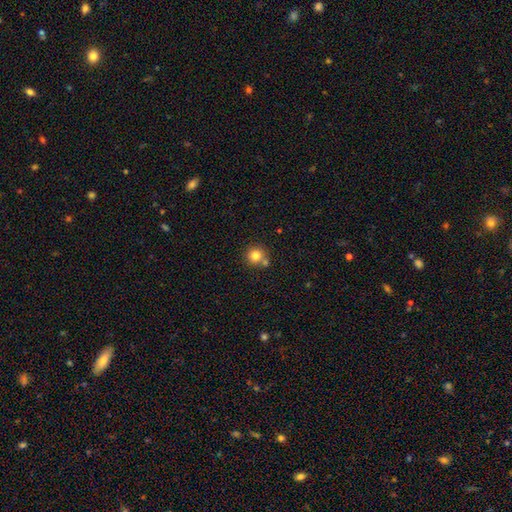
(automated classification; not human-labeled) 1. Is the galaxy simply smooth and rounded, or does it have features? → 80% smooth, 11% star or artifact, 8% featured or disk.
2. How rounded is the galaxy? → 92% round, 7% in between, 1% cigar-shaped.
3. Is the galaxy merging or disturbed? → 67% none, 22% merger, 9% minor disturbance, 3% major disturbance.